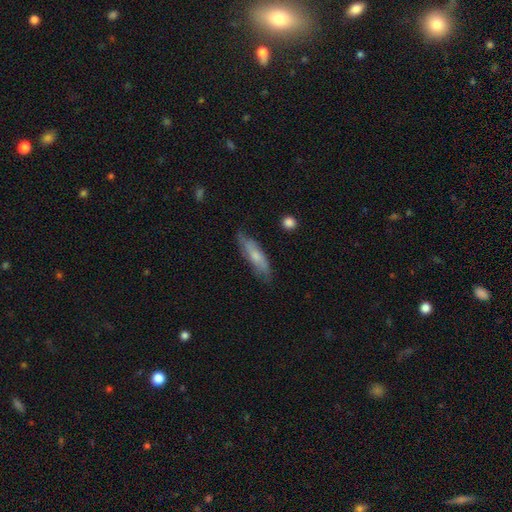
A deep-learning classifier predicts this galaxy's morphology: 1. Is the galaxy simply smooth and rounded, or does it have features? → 59% smooth, 34% featured or disk, 6% star or artifact.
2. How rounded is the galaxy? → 64% cigar-shaped, 34% in between, 2% round.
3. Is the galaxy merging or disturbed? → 72% none, 22% minor disturbance, 5% major disturbance, 2% merger.